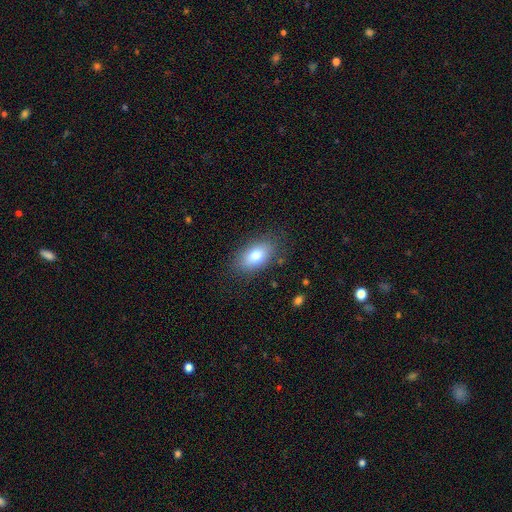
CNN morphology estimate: Q: Smooth or featured?
A: smooth (80%); runner-up: featured or disk (13%)
Q: How rounded?
A: in between (91%); runner-up: round (6%)
Q: Merging?
A: none (82%); runner-up: minor disturbance (13%)